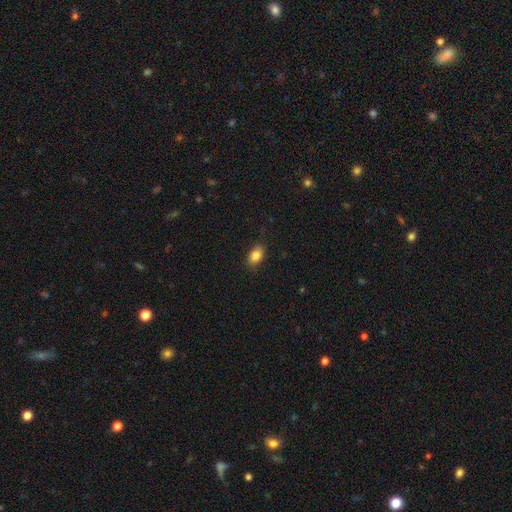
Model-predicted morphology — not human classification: The model was most divided on "how rounded": in between: 83%, round: 15%, cigar-shaped: 2%. More confident: smooth or featured — smooth (84%); merging — none (83%).